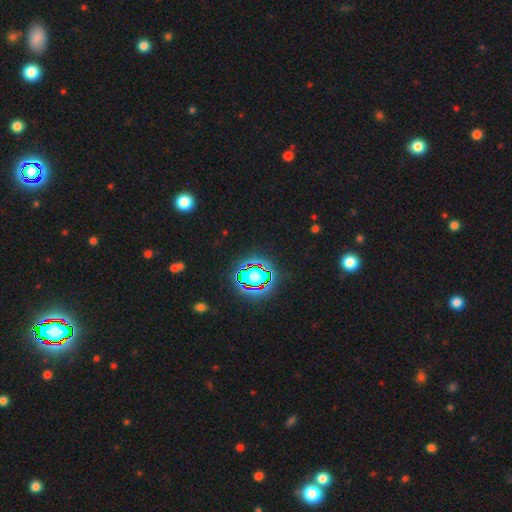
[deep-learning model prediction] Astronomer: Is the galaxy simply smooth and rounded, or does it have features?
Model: star or artifact — 77%.